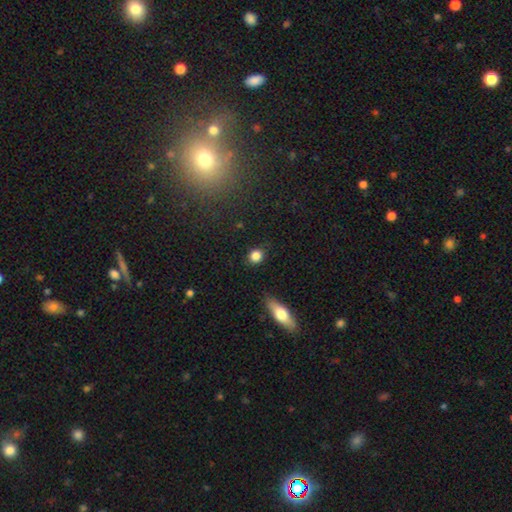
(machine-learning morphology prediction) A smooth galaxy with no disk features (85%) that is round (77%).

Vote fractions:
- Smooth or featured? smooth: 85% / star or artifact: 10% / featured or disk: 5%
- How rounded? round: 77% / in between: 21% / cigar-shaped: 2%
- Merging? none: 87% / minor disturbance: 9% / major disturbance: 2% / merger: 2%